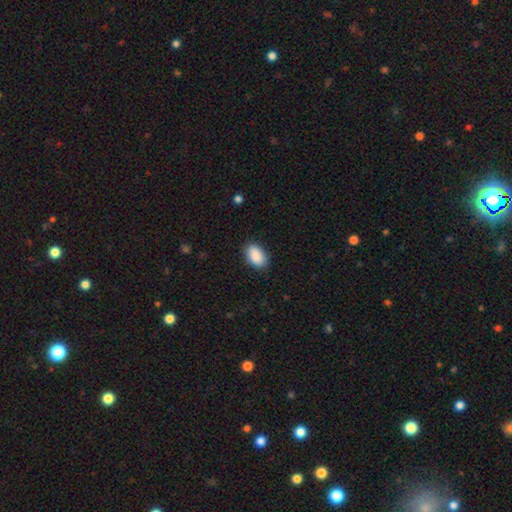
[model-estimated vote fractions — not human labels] Smooth or featured? Predicted: smooth (p=0.90). How rounded? Predicted: in between (p=0.93). Merging? Predicted: none (p=0.86).